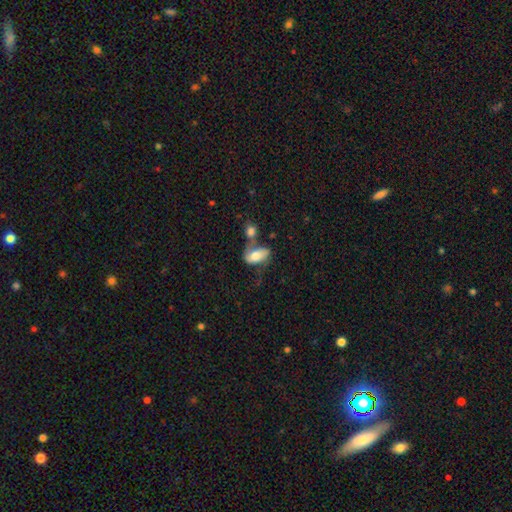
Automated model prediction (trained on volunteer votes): Smooth or featured: smooth — 62% (featured or disk — 30%)
How rounded: in between — 91% (round — 5%)
Merging: merger — 43% (none — 27%)